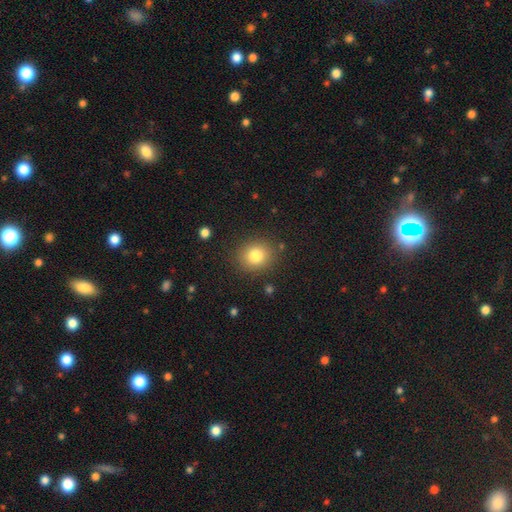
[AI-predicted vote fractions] Smooth or featured? smooth (80%)
How rounded? round (74%)
Merging? none (86%)